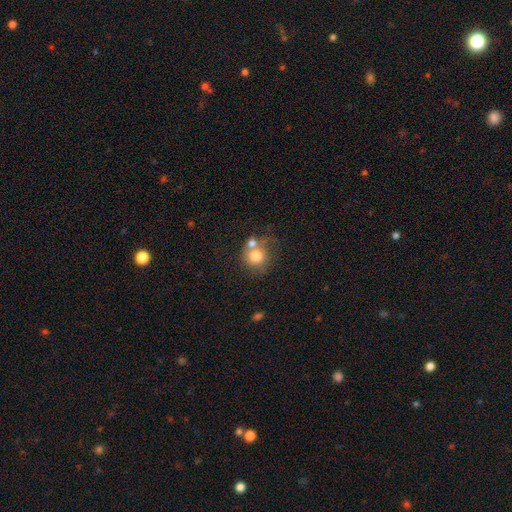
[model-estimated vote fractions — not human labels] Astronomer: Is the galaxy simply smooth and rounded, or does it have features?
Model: smooth — 76%.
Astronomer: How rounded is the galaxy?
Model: round — 84%.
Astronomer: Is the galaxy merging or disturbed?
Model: none — 47% (runner-up: merger, 34%).